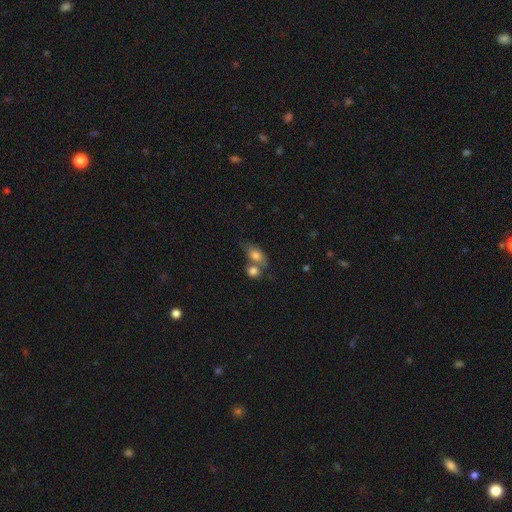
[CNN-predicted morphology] smooth 77%, featured or disk 15%, star or artifact 9%. Down the decision tree: how rounded — in between (79%); merging — merger (46%).